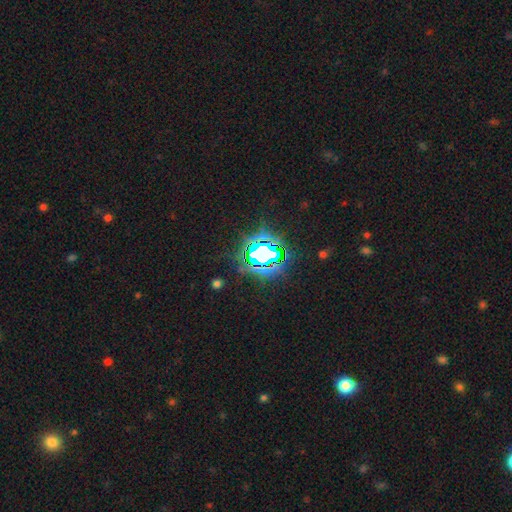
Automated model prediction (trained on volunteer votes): A star or artifact, not a galaxy (82%).

Vote fractions:
- Smooth or featured? star or artifact: 82% / smooth: 12% / featured or disk: 6%